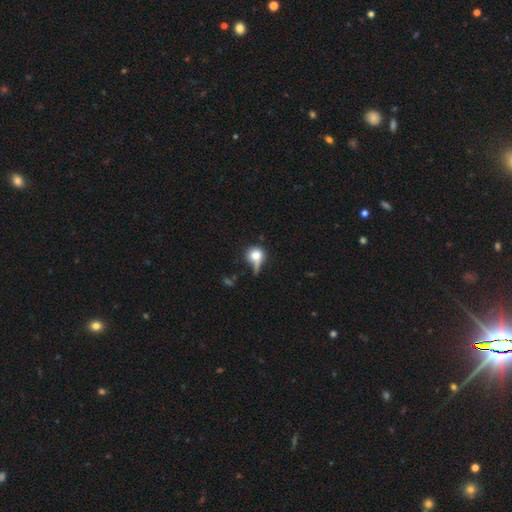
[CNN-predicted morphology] smooth-or-featured: smooth: 74% | featured or disk: 16% | star or artifact: 10%
  how-rounded: round: 79% | in between: 18% | cigar-shaped: 2%
  merging: none: 38% | major disturbance: 26% | minor disturbance: 25% | merger: 12%